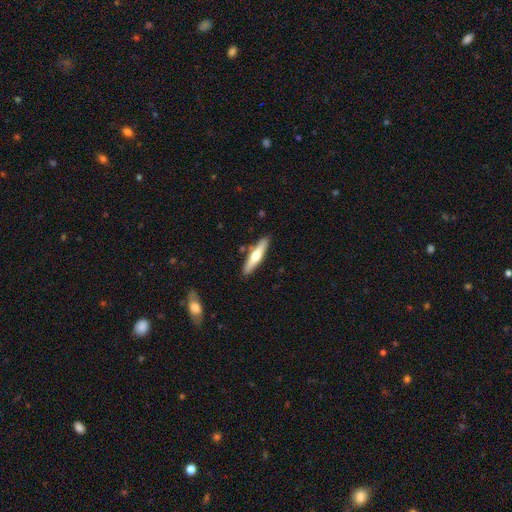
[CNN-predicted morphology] Smooth or featured: smooth — 48% (featured or disk — 47%)
Merging: none — 86% (minor disturbance — 9%)